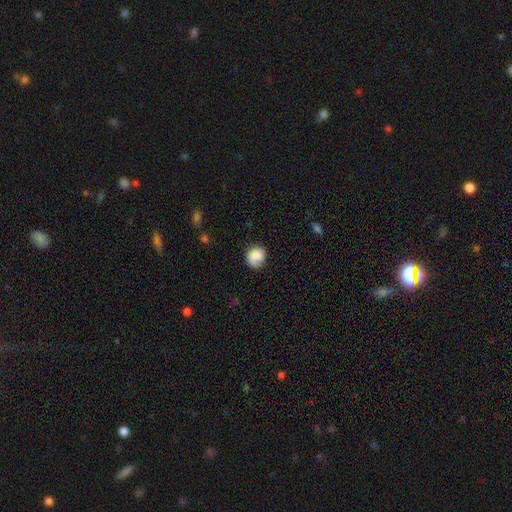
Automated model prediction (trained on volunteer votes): The model was most divided on "merging": none: 64%, minor disturbance: 25%, major disturbance: 8%, merger: 2%. More confident: smooth or featured — smooth (81%); how rounded — round (75%).